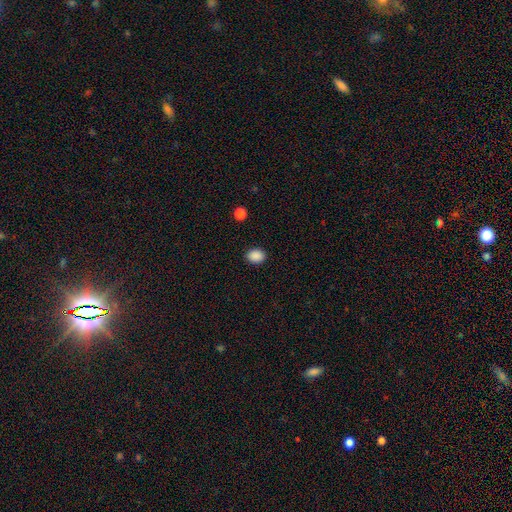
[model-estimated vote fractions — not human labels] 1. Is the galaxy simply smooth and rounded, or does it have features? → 89% smooth, 9% star or artifact, 2% featured or disk.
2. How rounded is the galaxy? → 59% in between, 40% round, 1% cigar-shaped.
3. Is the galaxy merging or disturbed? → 89% none, 7% minor disturbance, 2% major disturbance, 1% merger.